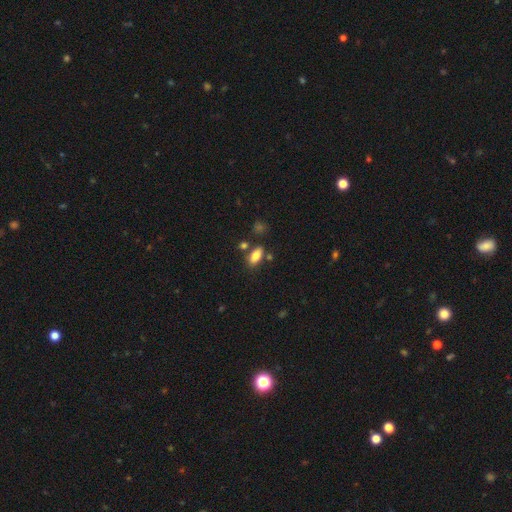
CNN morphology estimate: A smooth galaxy with no disk features (82%) that is in between round and cigar-shaped (87%).

Vote fractions:
- Smooth or featured? smooth: 82% / featured or disk: 10% / star or artifact: 9%
- How rounded? in between: 87% / cigar-shaped: 8% / round: 5%
- Merging? none: 74% / minor disturbance: 13% / merger: 9% / major disturbance: 3%